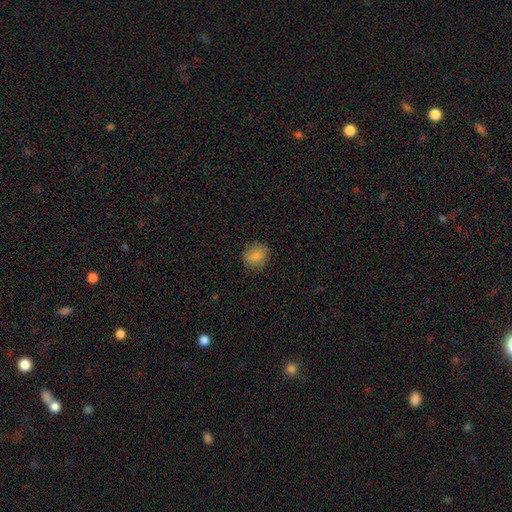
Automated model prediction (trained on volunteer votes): smooth 86%, star or artifact 9%, featured or disk 6%. Down the decision tree: how rounded — round (78%); merging — none (84%).